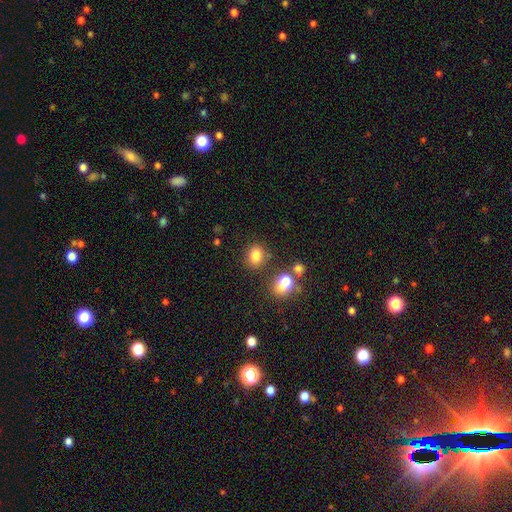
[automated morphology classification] Smooth or featured? Predicted: smooth (p=0.80). How rounded? Predicted: round (p=0.58). Merging? Predicted: none (p=0.76).